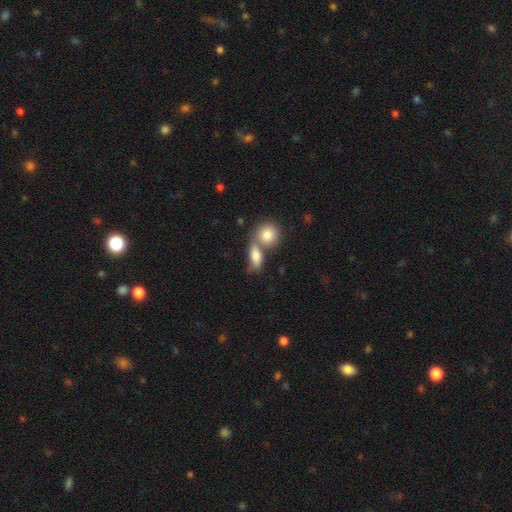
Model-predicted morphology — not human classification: The model was most divided on "merging": merger: 50%, none: 33%, minor disturbance: 11%, major disturbance: 6%. More confident: smooth or featured — smooth (80%); how rounded — in between (73%).